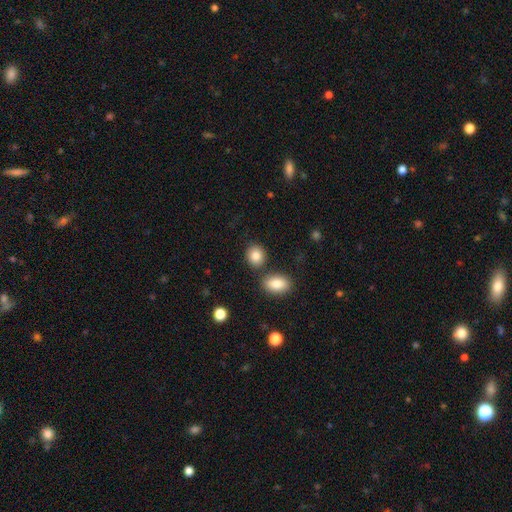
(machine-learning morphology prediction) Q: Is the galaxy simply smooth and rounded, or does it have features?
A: smooth — 85%.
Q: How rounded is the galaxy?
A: round — 65%.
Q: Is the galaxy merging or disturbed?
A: none — 77%.